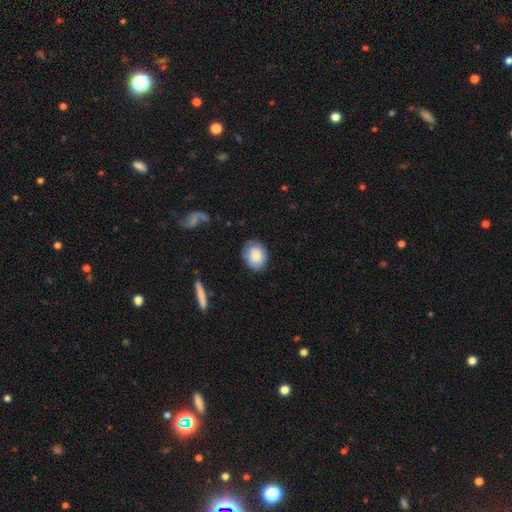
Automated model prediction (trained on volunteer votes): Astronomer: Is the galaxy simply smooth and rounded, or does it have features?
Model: smooth — 77%.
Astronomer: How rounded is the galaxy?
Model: in between — 51% (runner-up: round, 48%).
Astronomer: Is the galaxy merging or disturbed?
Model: none — 78%.